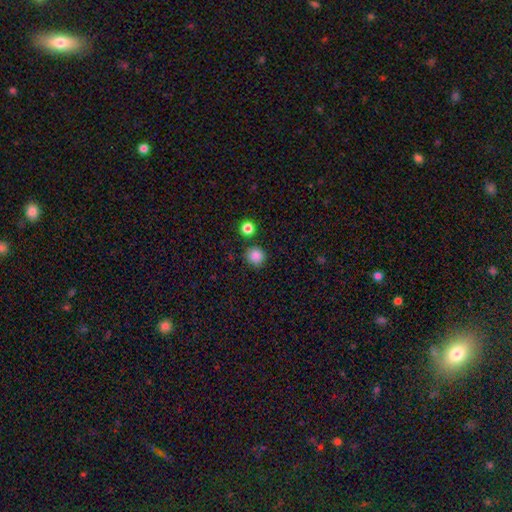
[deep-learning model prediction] smooth-or-featured: smooth: 86% | star or artifact: 11% | featured or disk: 4%
  how-rounded: round: 93% | in between: 6% | cigar-shaped: 1%
  merging: none: 87% | minor disturbance: 7% | merger: 4% | major disturbance: 2%